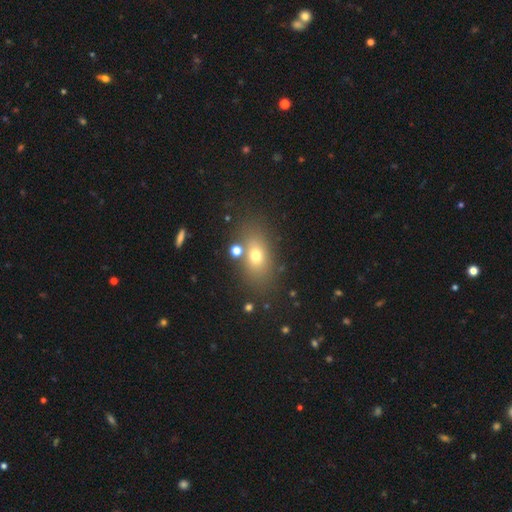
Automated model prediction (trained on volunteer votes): Q: Smooth or featured?
A: smooth (68%); runner-up: featured or disk (18%)
Q: How rounded?
A: in between (76%); runner-up: round (18%)
Q: Merging?
A: none (75%); runner-up: minor disturbance (12%)